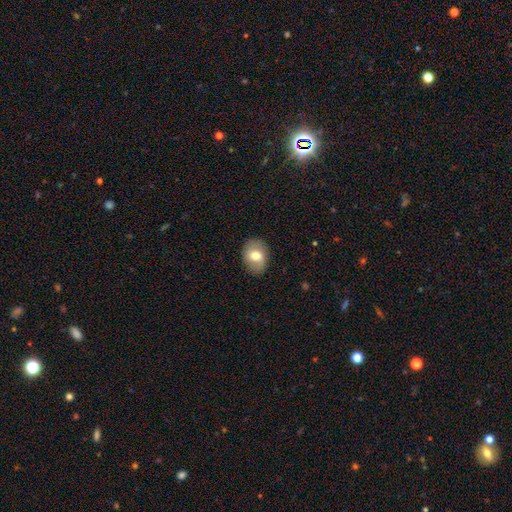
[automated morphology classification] Smooth or featured?
  - smooth: 68% *
  - featured or disk: 25%
  - star or artifact: 7%
How rounded?
  - in between: 68% *
  - round: 31%
  - cigar-shaped: 1%
Merging?
  - none: 84% *
  - minor disturbance: 12%
  - major disturbance: 3%
  - merger: 1%